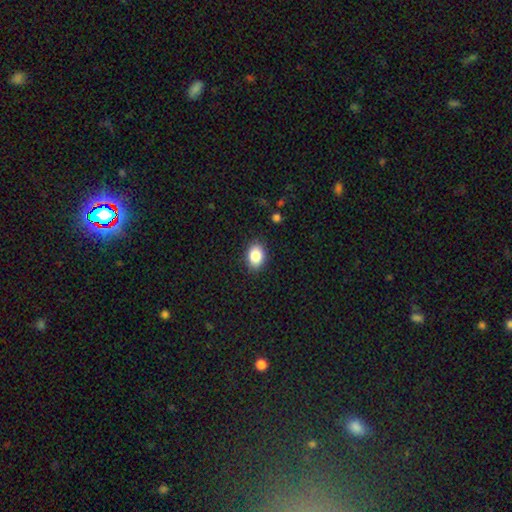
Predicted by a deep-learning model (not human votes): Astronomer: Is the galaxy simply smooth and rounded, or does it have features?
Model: smooth — 85%.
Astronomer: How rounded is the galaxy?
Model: in between — 75%.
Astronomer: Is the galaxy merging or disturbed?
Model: none — 87%.